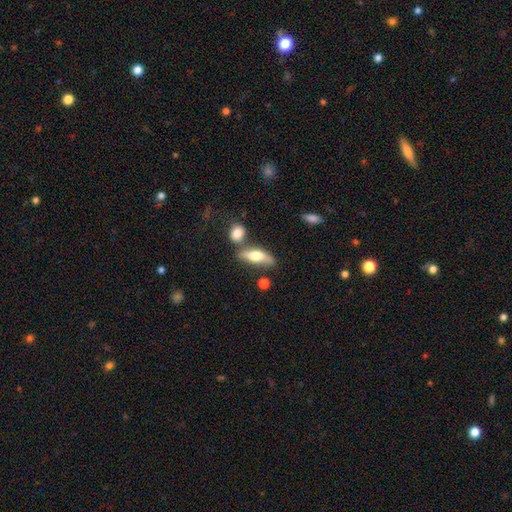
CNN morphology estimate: Smooth or featured?
  - smooth: 57% *
  - featured or disk: 36%
  - star or artifact: 7%
How rounded?
  - in between: 60% *
  - cigar-shaped: 36%
  - round: 4%
Merging?
  - none: 59% *
  - merger: 19%
  - minor disturbance: 16%
  - major disturbance: 6%